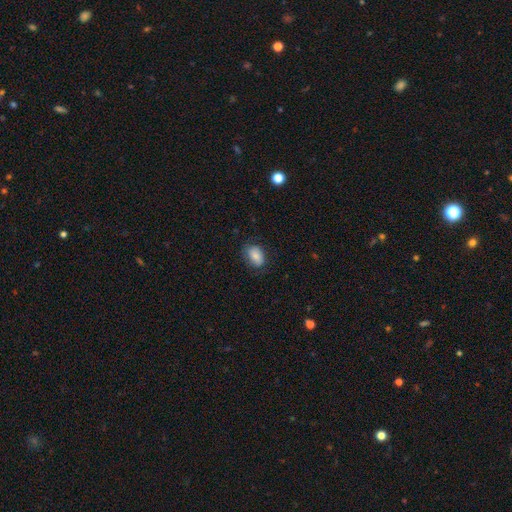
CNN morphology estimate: Smooth or featured? smooth (82%)
How rounded? in between (83%)
Merging? none (73%)